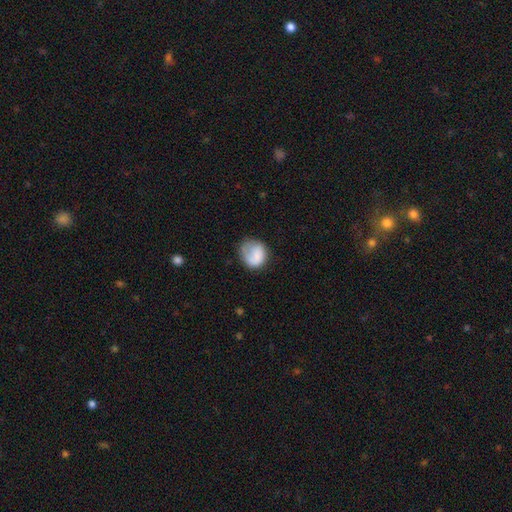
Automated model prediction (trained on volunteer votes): A smooth galaxy with no disk features (76%) that is round (73%).

Vote fractions:
- Smooth or featured? smooth: 76% / featured or disk: 18% / star or artifact: 6%
- How rounded? round: 73% / in between: 26% / cigar-shaped: 1%
- Merging? none: 54% / minor disturbance: 26% / major disturbance: 18% / merger: 2%